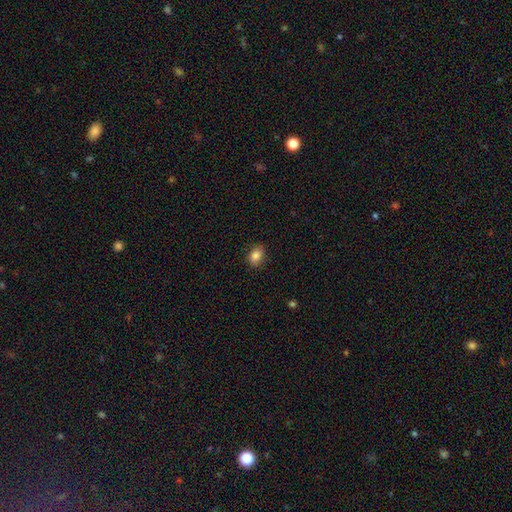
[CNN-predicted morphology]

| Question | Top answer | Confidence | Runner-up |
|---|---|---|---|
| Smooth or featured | smooth | 85% | star or artifact (9%) |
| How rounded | in between | 75% | round (23%) |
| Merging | none | 86% | minor disturbance (11%) |